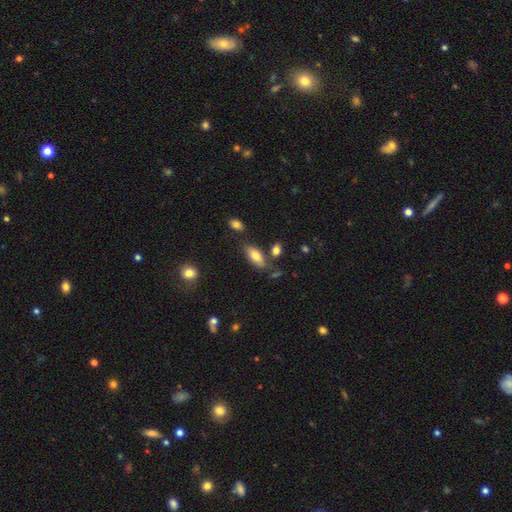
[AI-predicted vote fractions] smooth-or-featured: smooth: 76% | featured or disk: 16% | star or artifact: 7%
  how-rounded: in between: 82% | cigar-shaped: 16% | round: 2%
  merging: none: 72% | minor disturbance: 16% | merger: 8% | major disturbance: 4%